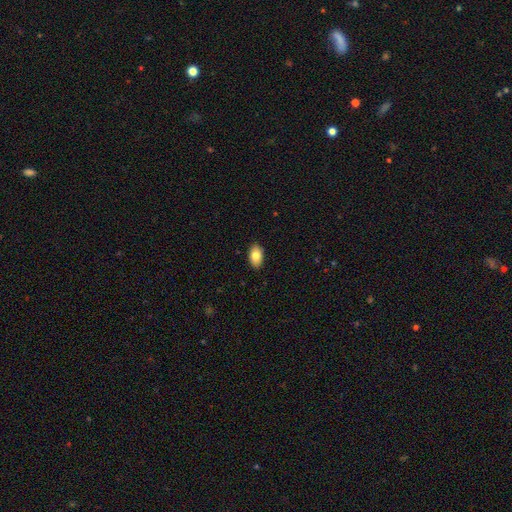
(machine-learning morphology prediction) Smooth or featured: smooth — 81% (featured or disk — 12%)
How rounded: in between — 91% (round — 8%)
Merging: none — 89% (minor disturbance — 8%)